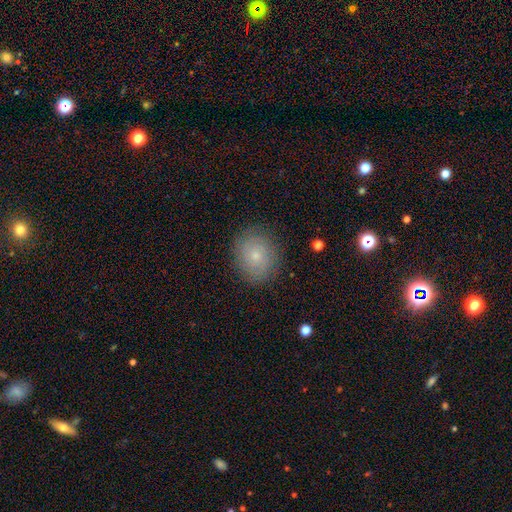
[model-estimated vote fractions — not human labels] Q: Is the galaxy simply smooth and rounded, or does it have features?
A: smooth — 56%.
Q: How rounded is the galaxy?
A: round — 71%.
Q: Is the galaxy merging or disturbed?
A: none — 84%.